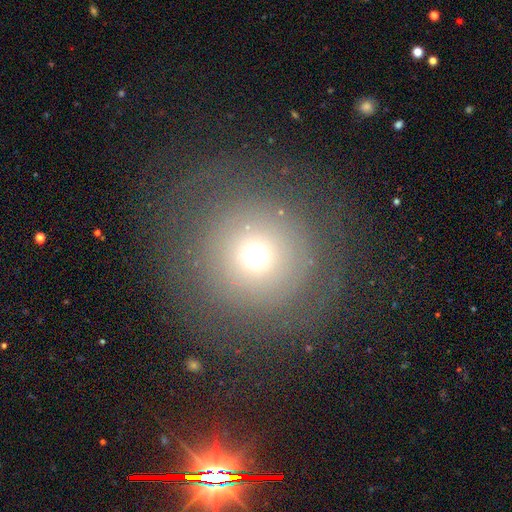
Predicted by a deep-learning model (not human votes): smooth-or-featured: smooth: 66% | star or artifact: 23% | featured or disk: 11%
  how-rounded: round: 95% | in between: 4% | cigar-shaped: 1%
  merging: none: 79% | minor disturbance: 9% | major disturbance: 9% | merger: 3%